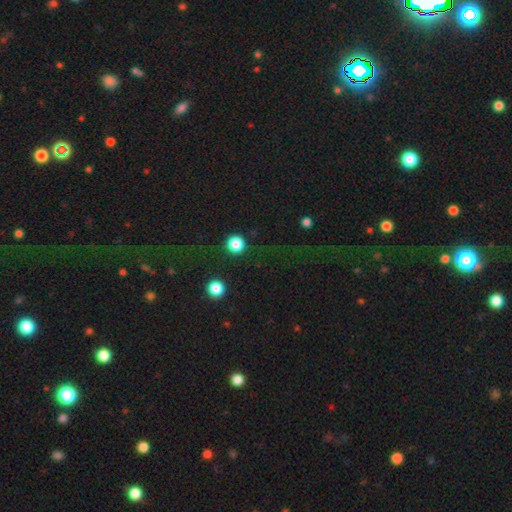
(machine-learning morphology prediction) This is likely a star or artifact rather than a galaxy (67%).